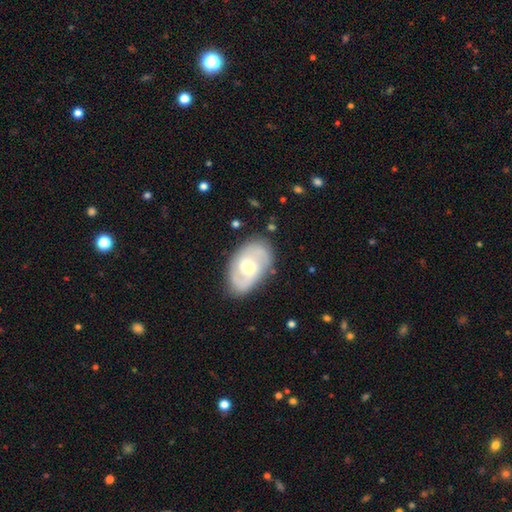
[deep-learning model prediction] Smooth or featured? featured or disk (68%)
Edge-on disk? no (95%)
Bar? no (53%)
Spiral arms? yes (79%)
Spiral winding? medium (44%)
Spiral arm count? 2 (78%)
Bulge size? moderate (70%)
Merging? none (80%)